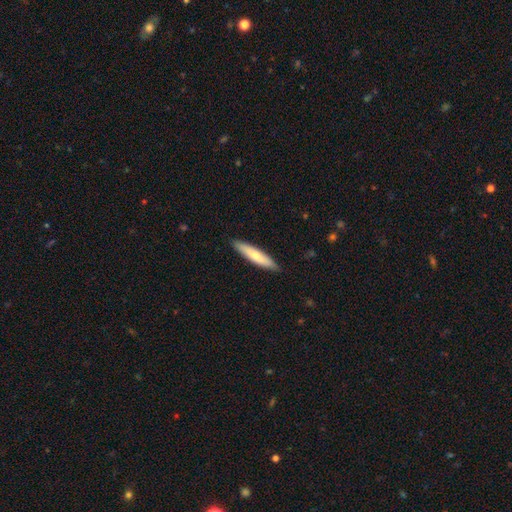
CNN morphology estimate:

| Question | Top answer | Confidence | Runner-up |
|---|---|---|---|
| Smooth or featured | smooth | 67% | featured or disk (28%) |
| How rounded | cigar-shaped | 84% | in between (15%) |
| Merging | none | 88% | minor disturbance (9%) |